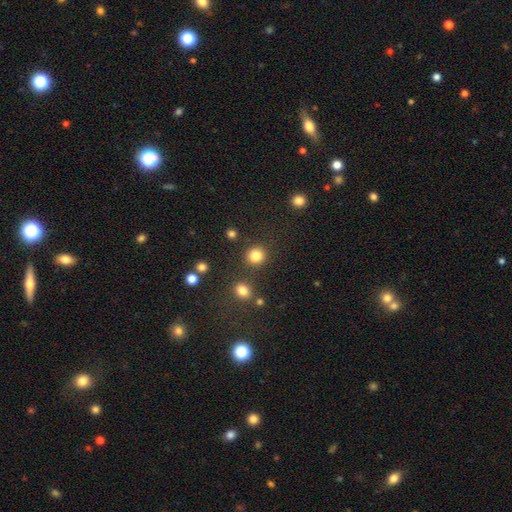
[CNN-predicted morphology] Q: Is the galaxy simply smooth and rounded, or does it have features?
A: smooth — 84%.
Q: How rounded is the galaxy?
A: round — 89%.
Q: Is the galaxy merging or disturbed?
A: none — 85%.